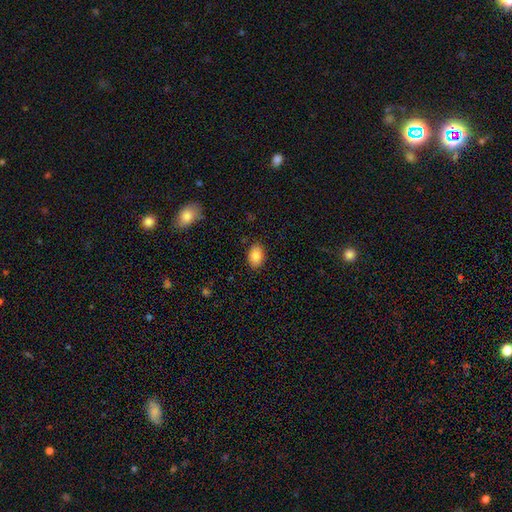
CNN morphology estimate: A smooth galaxy with no disk features (88%) that is in between round and cigar-shaped (85%). Merging: none (87%).